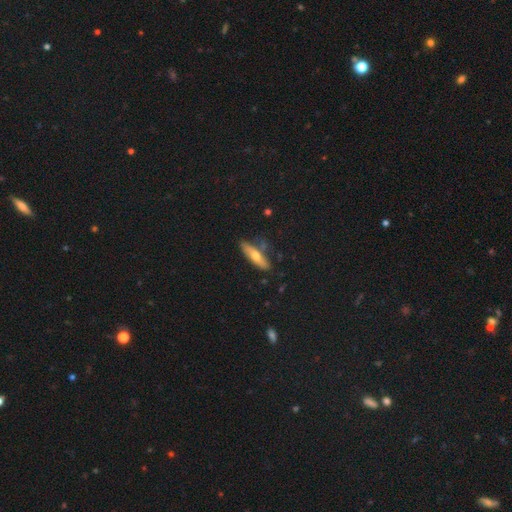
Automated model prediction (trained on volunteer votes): Smooth or featured: smooth — 53% (featured or disk — 39%)
How rounded: cigar-shaped — 69% (in between — 28%)
Merging: none — 75% (minor disturbance — 17%)